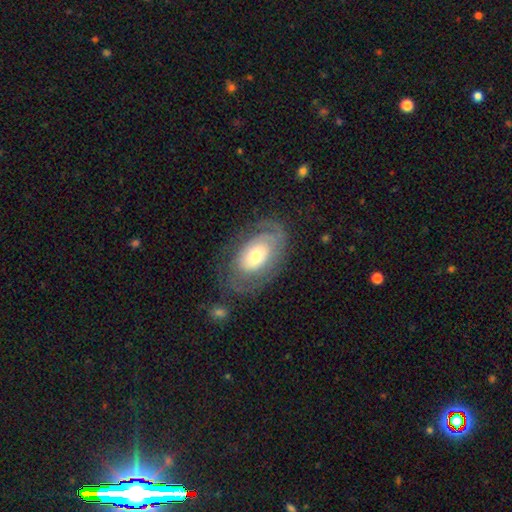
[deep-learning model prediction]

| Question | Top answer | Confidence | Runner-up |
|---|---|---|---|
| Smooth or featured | featured or disk | 61% | smooth (33%) |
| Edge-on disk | no | 93% | yes (7%) |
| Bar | no | 79% | weak (16%) |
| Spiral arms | yes | 62% | no (38%) |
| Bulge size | moderate | 56% | small (28%) |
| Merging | none | 68% | minor disturbance (18%) |